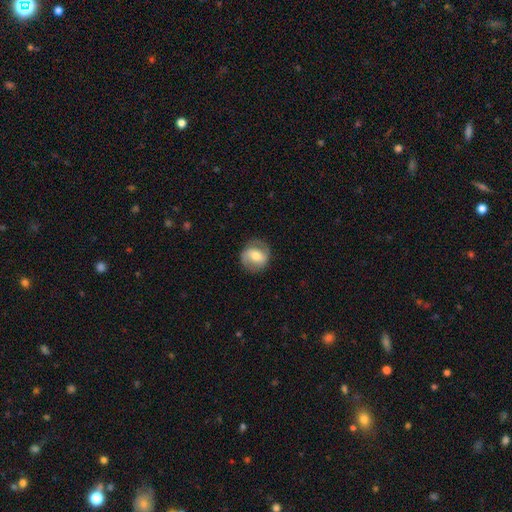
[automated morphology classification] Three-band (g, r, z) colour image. It shows a featured or disk galaxy (47%). Merging: none (80%).